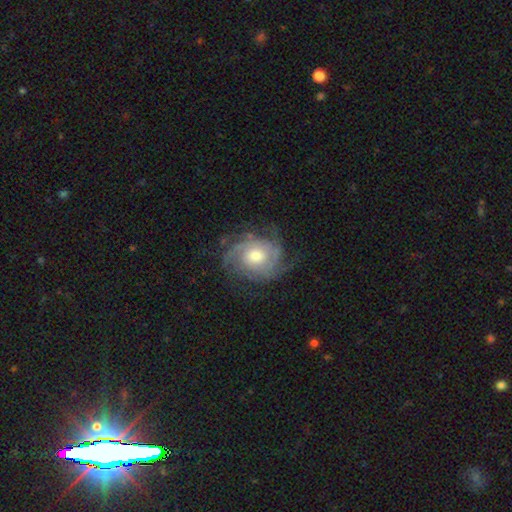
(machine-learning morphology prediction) Q: Smooth or featured?
A: featured or disk (85%); runner-up: smooth (10%)
Q: Edge-on disk?
A: no (98%); runner-up: yes (2%)
Q: Bar?
A: no (75%); runner-up: weak (21%)
Q: Spiral arms?
A: yes (96%); runner-up: no (4%)
Q: Spiral winding?
A: tight (59%); runner-up: medium (32%)
Q: Spiral arm count?
A: can't tell (27%); tied with: 3 (27%)
Q: Bulge size?
A: moderate (66%); runner-up: large (17%)
Q: Merging?
A: none (70%); runner-up: minor disturbance (18%)